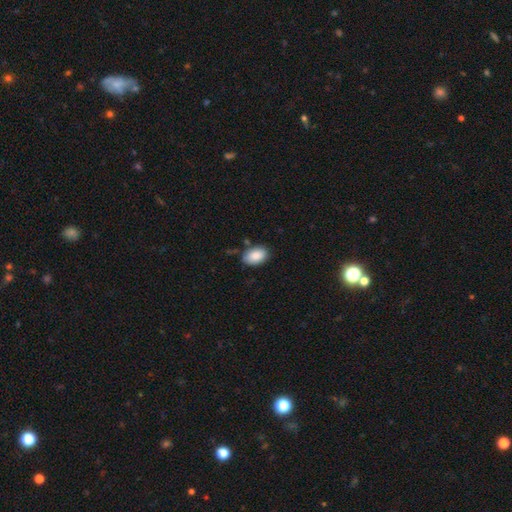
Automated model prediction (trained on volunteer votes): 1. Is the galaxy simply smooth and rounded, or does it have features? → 88% smooth, 7% star or artifact, 5% featured or disk.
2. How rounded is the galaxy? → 90% in between, 9% round, 1% cigar-shaped.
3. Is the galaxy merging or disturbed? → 79% none, 15% minor disturbance, 4% merger, 3% major disturbance.